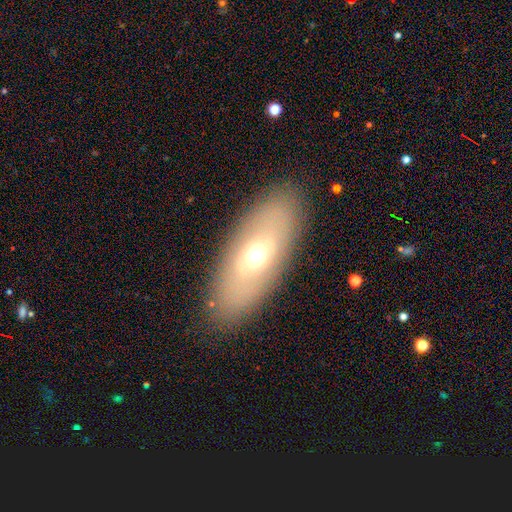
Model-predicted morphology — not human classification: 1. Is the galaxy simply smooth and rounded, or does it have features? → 56% smooth, 36% featured or disk, 9% star or artifact.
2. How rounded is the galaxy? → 81% in between, 15% cigar-shaped, 4% round.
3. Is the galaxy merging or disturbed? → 87% none, 9% minor disturbance, 3% major disturbance, 1% merger.